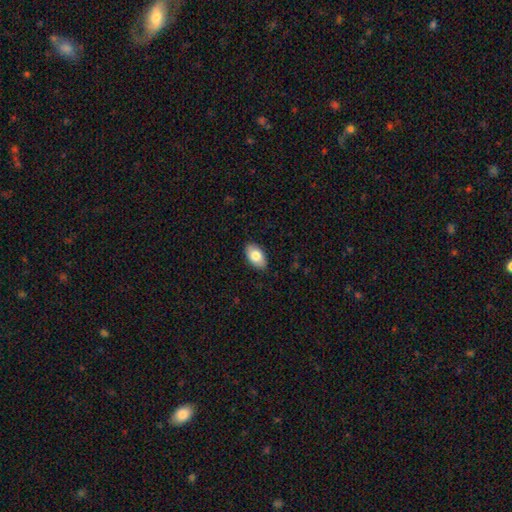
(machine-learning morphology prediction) This appears to be a smooth galaxy with no disk features (81%) that is in between round and cigar-shaped (94%). Merging: none (87%).